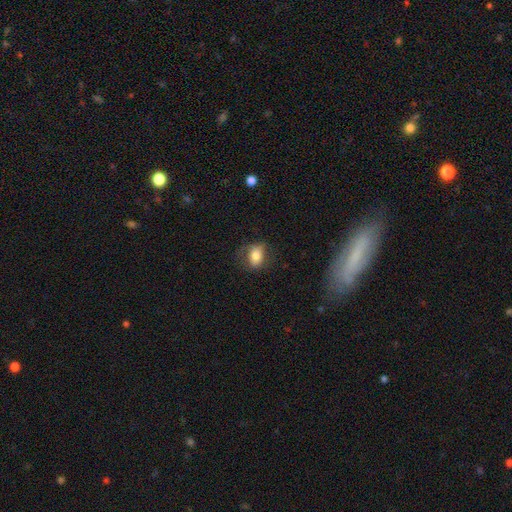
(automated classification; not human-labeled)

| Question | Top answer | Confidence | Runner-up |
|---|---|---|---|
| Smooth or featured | smooth | 76% | featured or disk (16%) |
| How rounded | in between | 71% | round (27%) |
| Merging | none | 66% | minor disturbance (21%) |